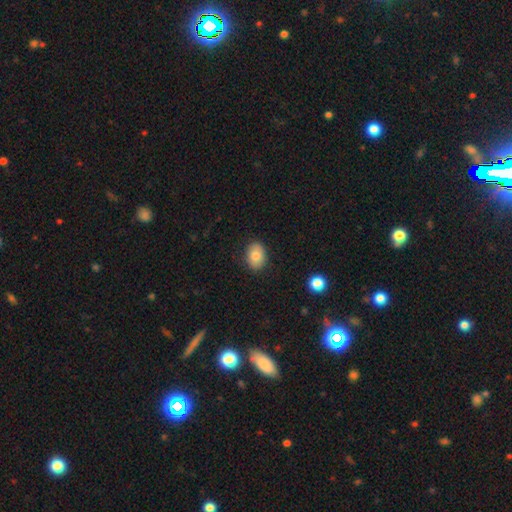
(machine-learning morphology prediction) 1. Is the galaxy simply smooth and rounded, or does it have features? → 81% smooth, 10% featured or disk, 8% star or artifact.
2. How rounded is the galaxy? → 70% in between, 29% round, 1% cigar-shaped.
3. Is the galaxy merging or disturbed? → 87% none, 10% minor disturbance, 2% major disturbance, 1% merger.